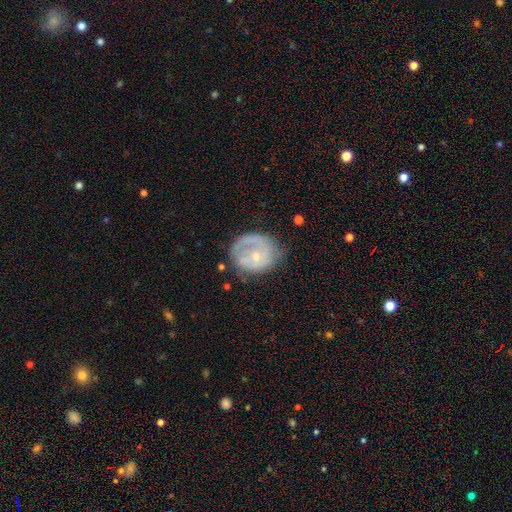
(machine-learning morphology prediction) A featured or disk galaxy (57%) with no bar (73%), spiral arms (55%) and a small central bulge (64%).

Vote fractions:
- Smooth or featured? featured or disk: 57% / smooth: 36% / star or artifact: 7%
- Edge-on disk? no: 97% / yes: 3%
- Bar? no: 73% / weak: 23% / strong: 4%
- Spiral arms? yes: 55% / no: 45%
- Bulge size? small: 64% / moderate: 27% / none: 6% / large: 2% / dominant: 1%
- Merging? none: 49% / minor disturbance: 28% / major disturbance: 20% / merger: 3%